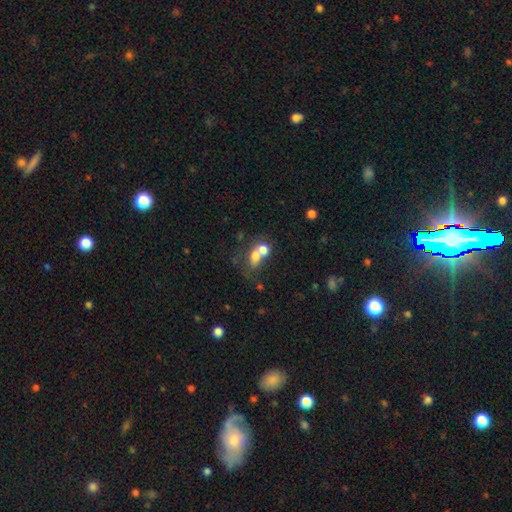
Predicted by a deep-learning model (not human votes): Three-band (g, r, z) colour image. It shows a smooth galaxy with no disk features (66%) that is in between round and cigar-shaped (56%). Merging: merger (63%).